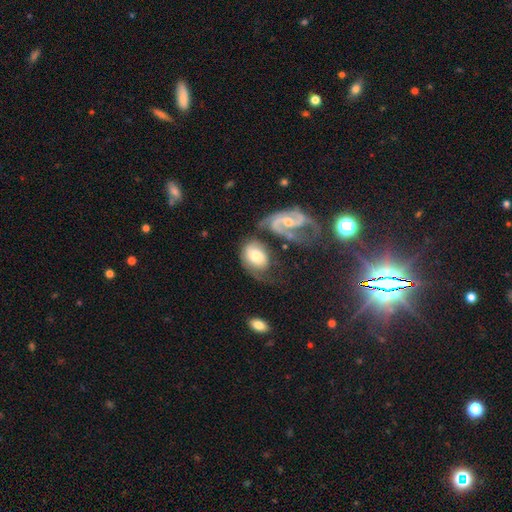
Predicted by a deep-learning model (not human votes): Morphology: type=smooth (49%); merging=merger (40%).